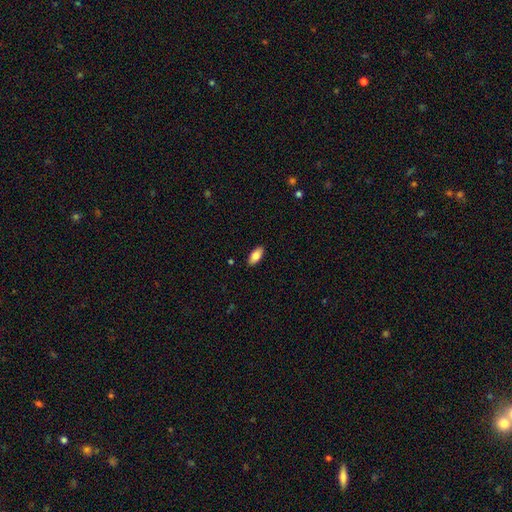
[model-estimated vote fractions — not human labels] Smooth or featured: smooth — 82% (featured or disk — 12%)
How rounded: in between — 89% (cigar-shaped — 9%)
Merging: none — 89% (minor disturbance — 8%)